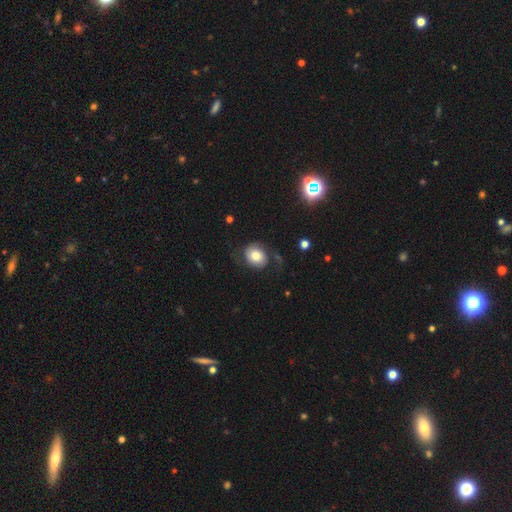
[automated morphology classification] smooth_or_featured: smooth (p=0.55) [alt: featured or disk p=0.37]
how_rounded: round (p=0.59) [alt: in between p=0.40]
merging: none (p=0.60) [alt: minor disturbance p=0.21]